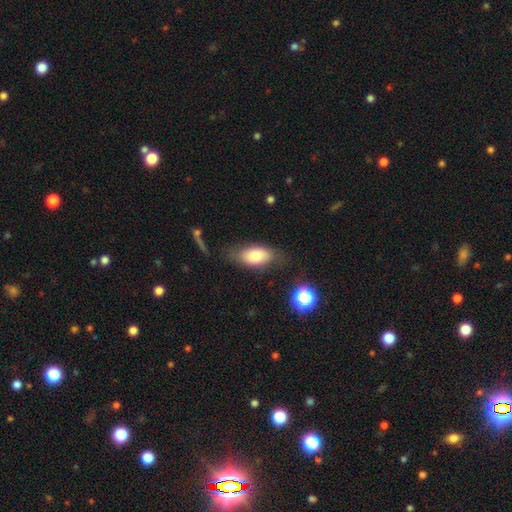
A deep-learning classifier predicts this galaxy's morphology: This appears to be a smooth galaxy with no disk features (77%) that is in between round and cigar-shaped (89%). Merging: none (69%).